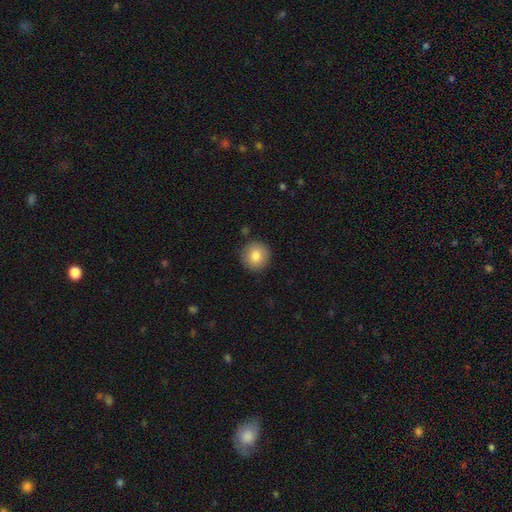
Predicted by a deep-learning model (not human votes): smooth-or-featured: smooth: 83% | featured or disk: 9% | star or artifact: 8%
  how-rounded: round: 94% | in between: 5% | cigar-shaped: 1%
  merging: none: 88% | minor disturbance: 8% | major disturbance: 2% | merger: 2%